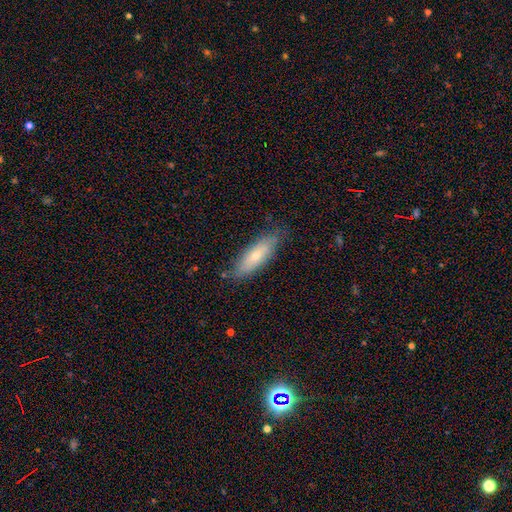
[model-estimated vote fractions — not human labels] This is likely a smooth galaxy (61%). How rounded: possibly in between (50%). Merging: likely none (79%).